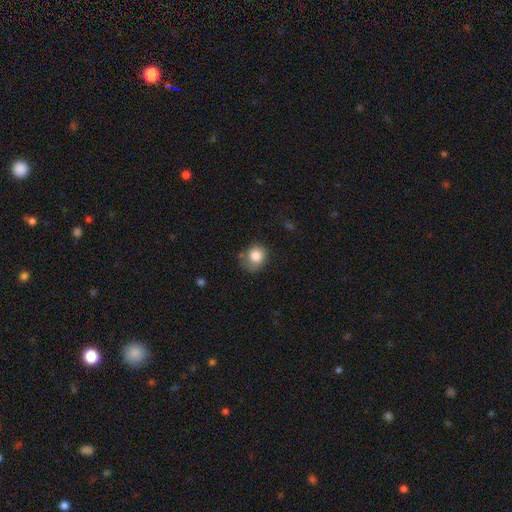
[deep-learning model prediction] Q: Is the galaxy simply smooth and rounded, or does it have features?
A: smooth — 82%.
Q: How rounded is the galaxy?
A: round — 71%.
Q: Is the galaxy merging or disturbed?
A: none — 58%.